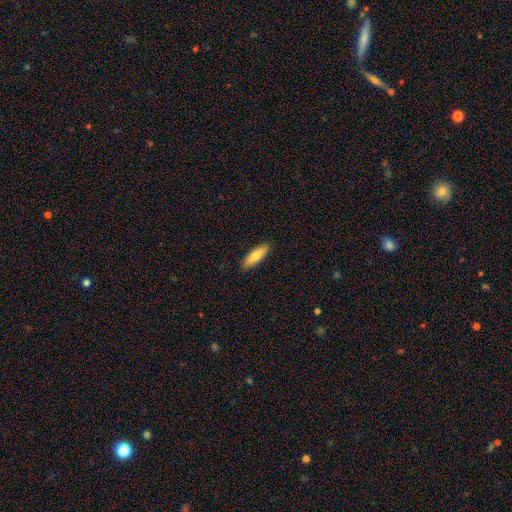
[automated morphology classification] This is likely a smooth galaxy (76%). How rounded: possibly cigar-shaped (55%). Merging: clearly none (90%).